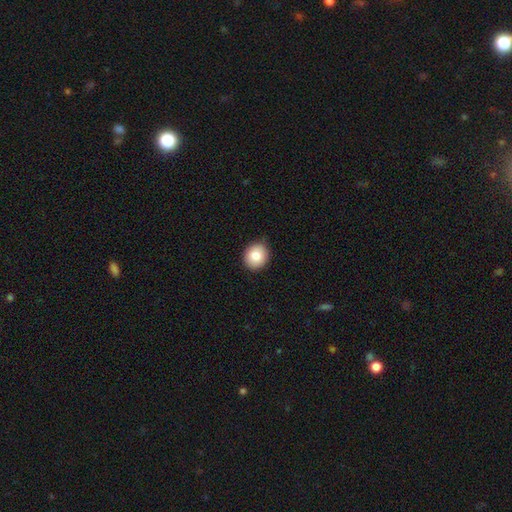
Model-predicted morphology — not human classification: Smooth or featured? smooth (83%)
How rounded? round (75%)
Merging? none (87%)